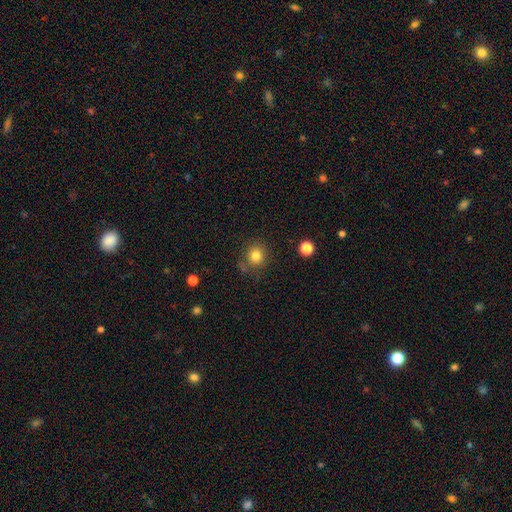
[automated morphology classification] A smooth galaxy with no disk features (81%) that is round (88%). Merging: none (79%).